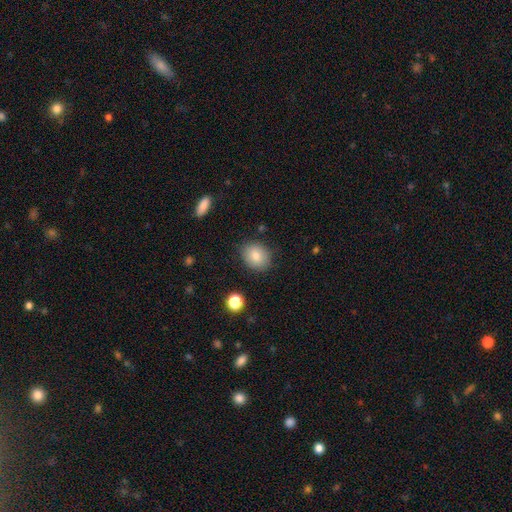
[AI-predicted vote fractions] smooth_or_featured: smooth (p=0.82) [alt: featured or disk p=0.09]
how_rounded: round (p=0.57) [alt: in between p=0.42]
merging: none (p=0.83) [alt: minor disturbance p=0.12]